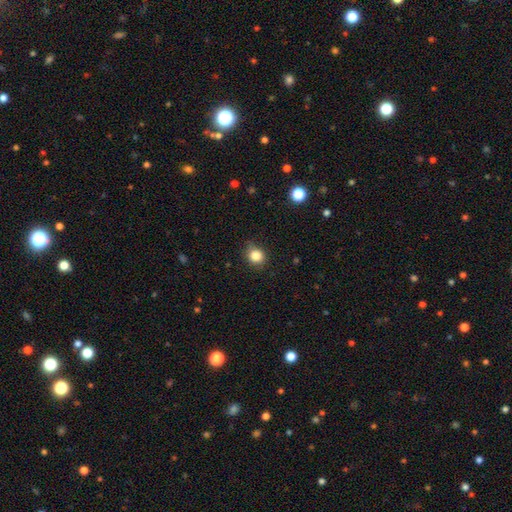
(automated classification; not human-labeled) smooth-or-featured: smooth: 84% | star or artifact: 11% | featured or disk: 5%
  how-rounded: round: 78% | in between: 21% | cigar-shaped: 1%
  merging: none: 80% | minor disturbance: 16% | major disturbance: 3% | merger: 1%